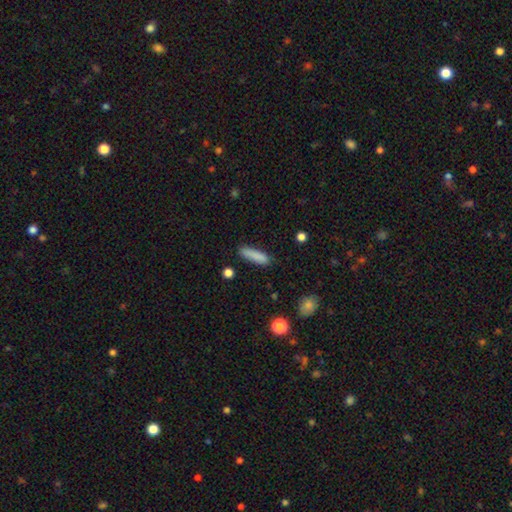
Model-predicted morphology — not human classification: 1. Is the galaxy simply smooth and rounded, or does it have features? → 86% smooth, 7% star or artifact, 7% featured or disk.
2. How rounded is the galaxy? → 72% cigar-shaped, 26% in between, 2% round.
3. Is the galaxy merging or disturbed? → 81% none, 14% minor disturbance, 3% major disturbance, 2% merger.